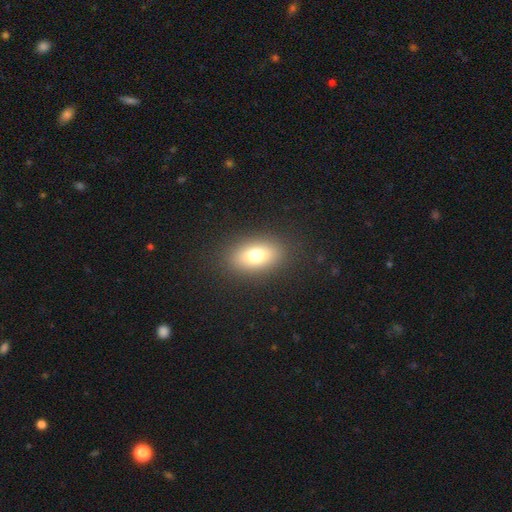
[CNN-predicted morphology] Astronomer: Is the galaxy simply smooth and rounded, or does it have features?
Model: smooth — 73%.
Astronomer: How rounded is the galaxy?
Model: in between — 81%.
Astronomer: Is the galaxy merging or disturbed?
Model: none — 87%.